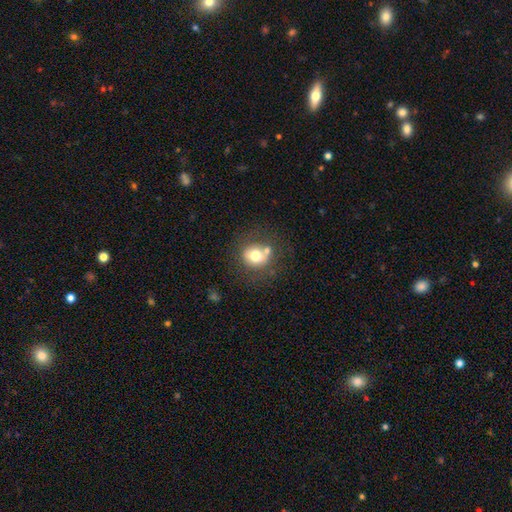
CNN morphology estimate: smooth-or-featured: smooth: 70% | featured or disk: 18% | star or artifact: 11%
  how-rounded: round: 78% | in between: 21% | cigar-shaped: 1%
  merging: none: 60% | merger: 20% | minor disturbance: 14% | major disturbance: 6%